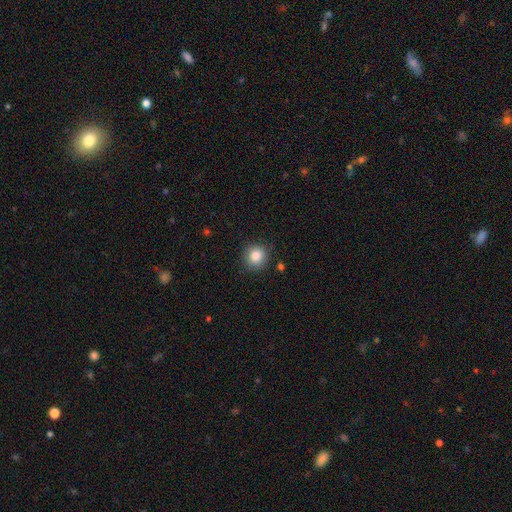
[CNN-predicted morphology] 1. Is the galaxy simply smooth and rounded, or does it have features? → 86% smooth, 10% star or artifact, 4% featured or disk.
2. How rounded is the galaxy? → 91% round, 8% in between, 1% cigar-shaped.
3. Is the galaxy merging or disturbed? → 86% none, 9% minor disturbance, 3% major disturbance, 2% merger.